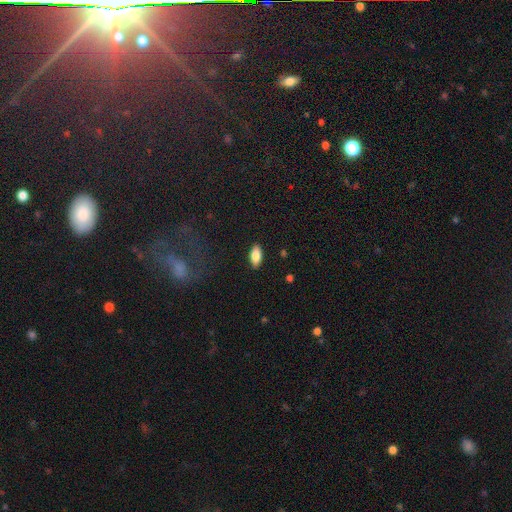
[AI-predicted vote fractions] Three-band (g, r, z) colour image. It shows a smooth galaxy with no disk features (80%) that is in between round and cigar-shaped (88%). Merging: none (89%).